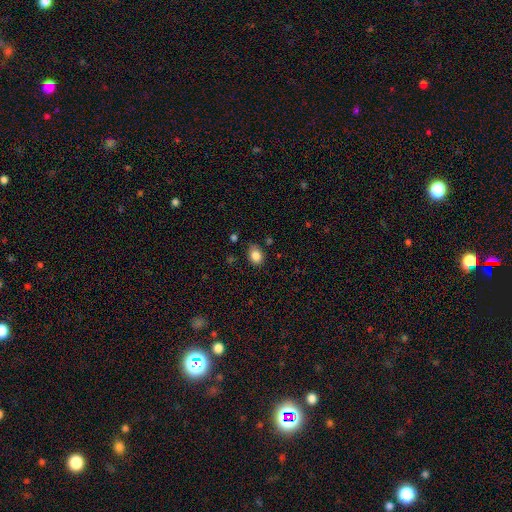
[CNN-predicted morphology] Smooth or featured: smooth — 85% (star or artifact — 9%)
How rounded: in between — 62% (round — 37%)
Merging: none — 79% (minor disturbance — 16%)